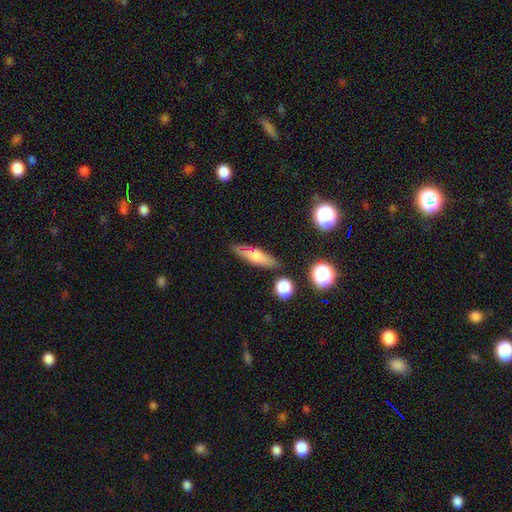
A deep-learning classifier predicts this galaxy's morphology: Overall: smooth (52%; featured or disk 38%). How rounded: cigar-shaped (60%; in between 35%). Merging: none (81%).